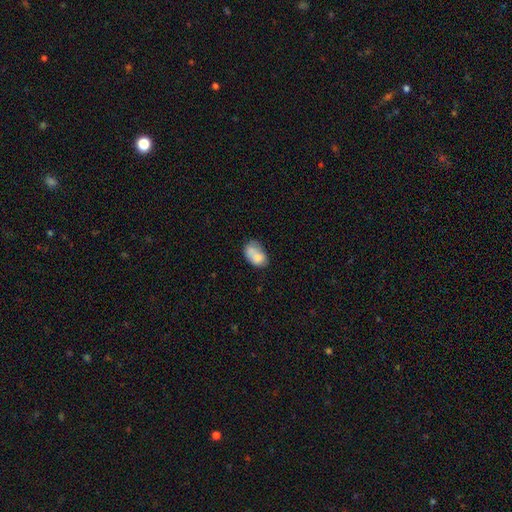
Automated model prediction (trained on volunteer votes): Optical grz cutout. It shows a smooth galaxy with no disk features (73%) that is in between round and cigar-shaped (84%). Merging: none (36%).